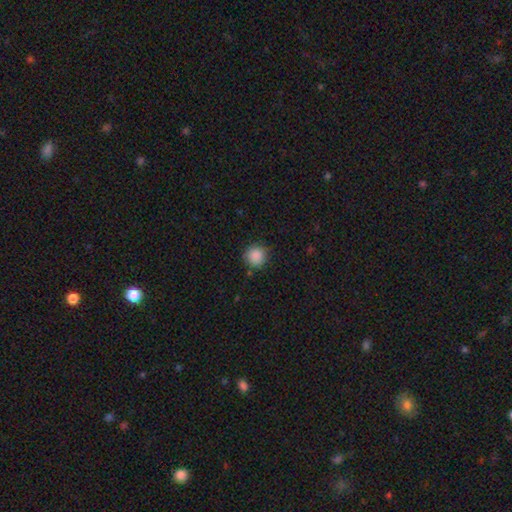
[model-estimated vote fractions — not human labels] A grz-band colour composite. It shows a smooth galaxy with no disk features (88%) that is round (92%). Merging: none (84%).